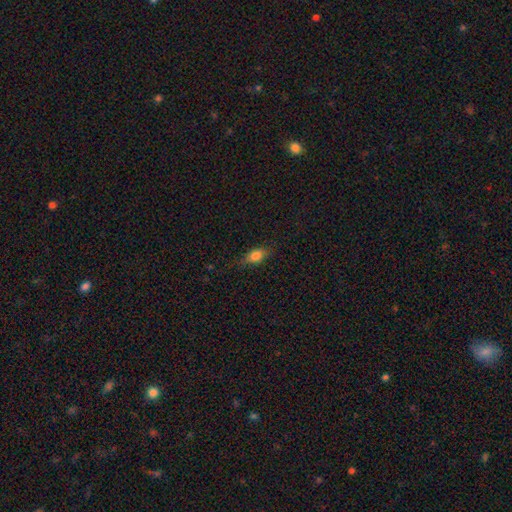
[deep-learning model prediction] A smooth galaxy with no disk features (77%) that is in between round and cigar-shaped (79%). Merging: none (75%).